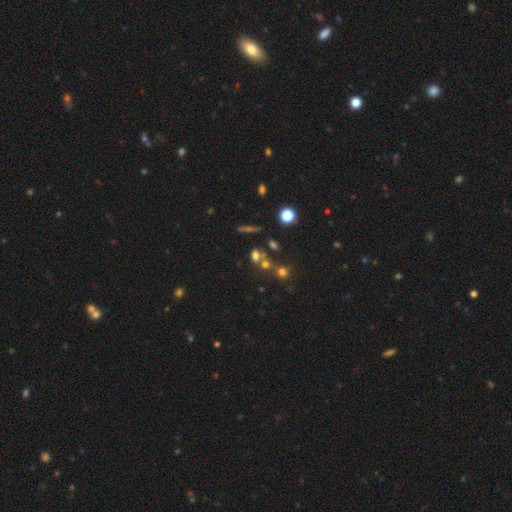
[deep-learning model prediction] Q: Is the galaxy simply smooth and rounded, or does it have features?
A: smooth — 57%.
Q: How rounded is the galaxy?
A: round — 57%.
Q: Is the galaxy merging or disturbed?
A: none — 51%.